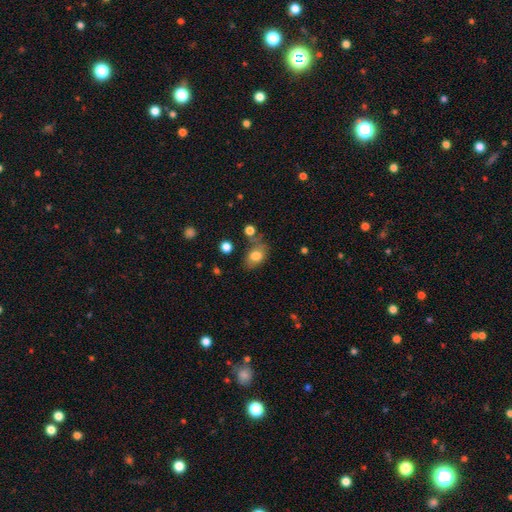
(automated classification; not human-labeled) Smooth or featured?
  - smooth: 79% *
  - featured or disk: 11%
  - star or artifact: 10%
How rounded?
  - in between: 73% *
  - round: 26%
  - cigar-shaped: 2%
Merging?
  - none: 50% *
  - minor disturbance: 26%
  - major disturbance: 12%
  - merger: 12%